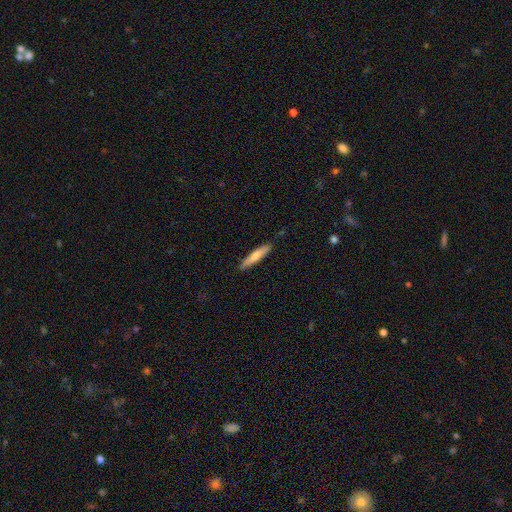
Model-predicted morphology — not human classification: Q: Smooth or featured?
A: smooth (70%); runner-up: featured or disk (25%)
Q: How rounded?
A: cigar-shaped (88%); runner-up: in between (10%)
Q: Merging?
A: none (88%); runner-up: minor disturbance (9%)